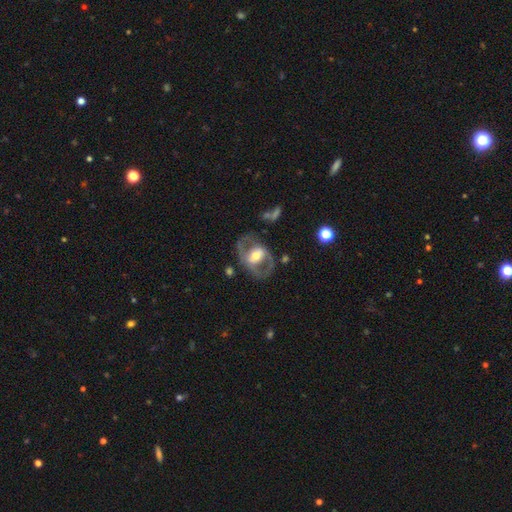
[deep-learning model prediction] featured or disk 70%, smooth 25%, star or artifact 6%. Down the decision tree: edge-on disk — no (93%); bar — no (40%); spiral arms — no (54%); bulge size — moderate (64%); merging — none (64%).